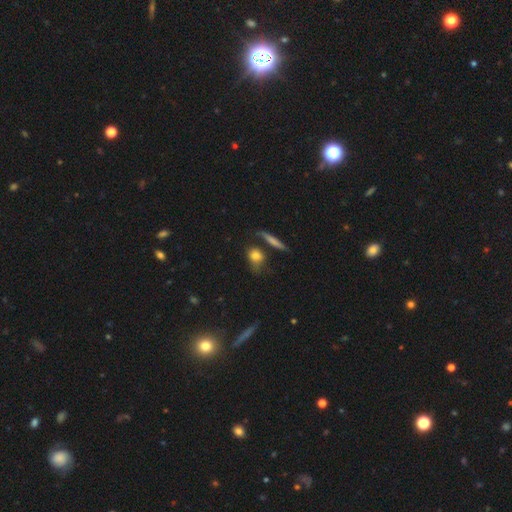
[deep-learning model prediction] Smooth or featured? smooth (74%)
How rounded? in between (46%)
Merging? none (58%)